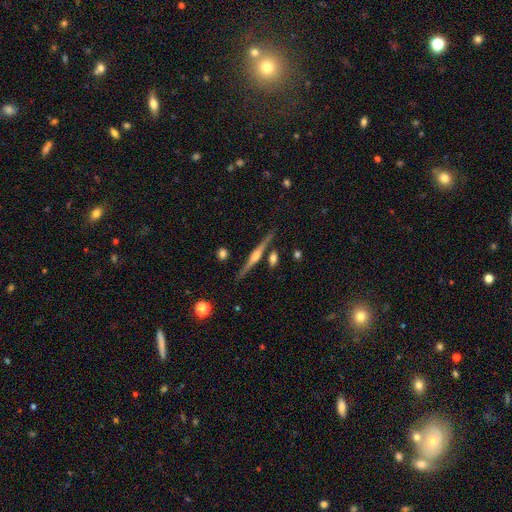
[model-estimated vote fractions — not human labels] A featured or disk galaxy (81%) viewed edge-on (98%) with a rounded central bulge (83%).

Vote fractions:
- Smooth or featured? featured or disk: 81% / smooth: 13% / star or artifact: 6%
- Edge-on disk? yes: 98% / no: 2%
- Edge-on bulge? rounded: 83% / boxy: 12% / none: 6%
- Merging? none: 85% / minor disturbance: 8% / merger: 5% / major disturbance: 2%